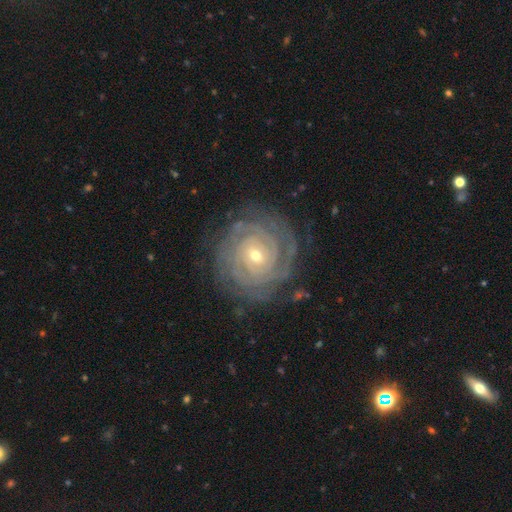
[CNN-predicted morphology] This appears to be a featured or disk galaxy (89%) with no bar (59%), tight (87%) spiral arms (97%) and a small central bulge (60%). Merging: none (81%).